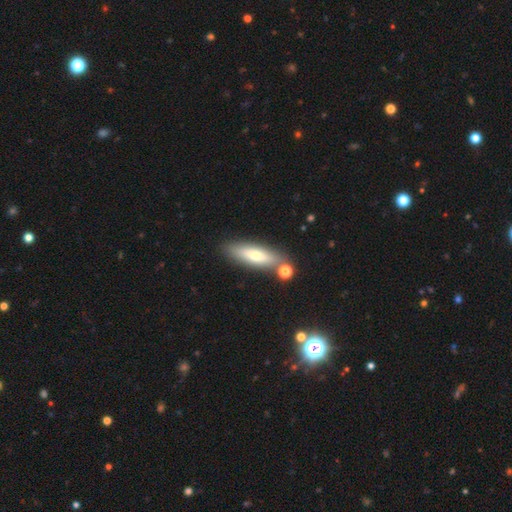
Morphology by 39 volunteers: Smooth or featured? 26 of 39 (67%) said smooth. How rounded? 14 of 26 (54%) said cigar-shaped. Merging? 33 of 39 (85%) said none.